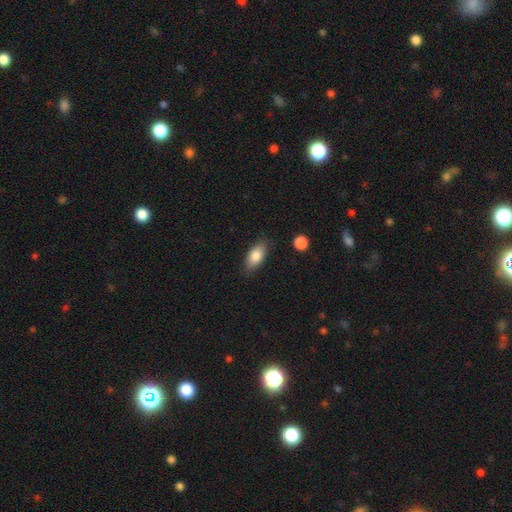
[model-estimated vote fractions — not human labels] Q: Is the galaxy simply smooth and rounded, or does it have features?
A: smooth — 81%.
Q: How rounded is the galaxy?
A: in between — 87%.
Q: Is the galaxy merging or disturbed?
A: none — 83%.